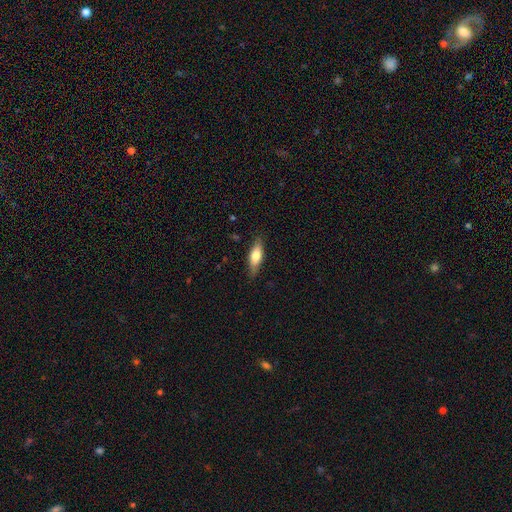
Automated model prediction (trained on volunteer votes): Smooth or featured?
  - smooth: 66% *
  - featured or disk: 28%
  - star or artifact: 6%
How rounded?
  - in between: 61% *
  - cigar-shaped: 37%
  - round: 3%
Merging?
  - none: 84% *
  - minor disturbance: 12%
  - major disturbance: 2%
  - merger: 1%